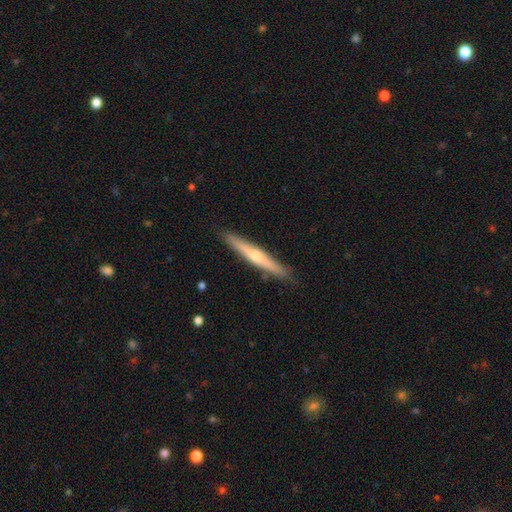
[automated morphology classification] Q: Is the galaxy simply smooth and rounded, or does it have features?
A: featured or disk — 59%.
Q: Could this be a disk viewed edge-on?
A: yes — 95%.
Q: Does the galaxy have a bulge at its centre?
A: rounded — 77%.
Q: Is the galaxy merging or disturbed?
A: none — 90%.